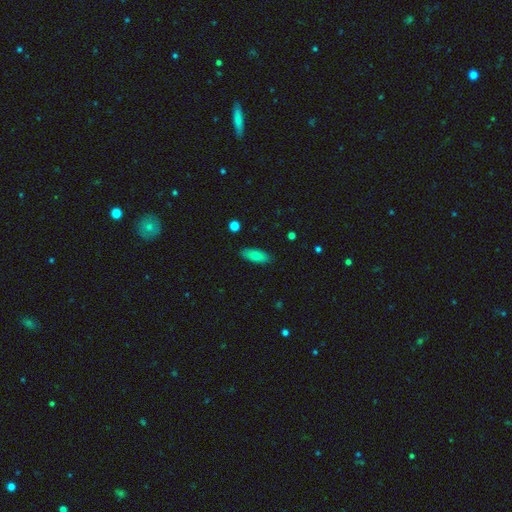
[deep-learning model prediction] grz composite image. It shows a smooth galaxy with no disk features (75%) that is in between round and cigar-shaped (78%). Merging: none (88%).